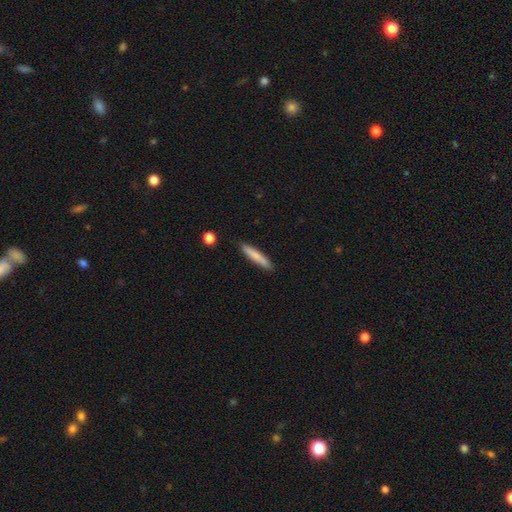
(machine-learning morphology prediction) Smooth or featured?
  - smooth: 77% *
  - featured or disk: 17%
  - star or artifact: 6%
How rounded?
  - cigar-shaped: 91% *
  - in between: 8%
  - round: 1%
Merging?
  - none: 88% *
  - minor disturbance: 9%
  - merger: 2%
  - major disturbance: 2%